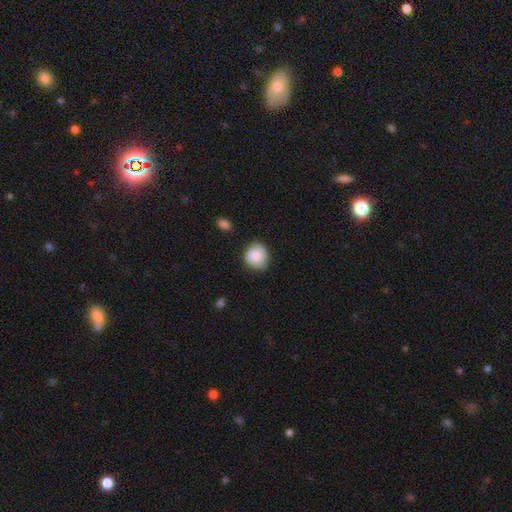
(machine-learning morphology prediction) type=smooth (77%); roundness=round (80%); merging=none (72%).